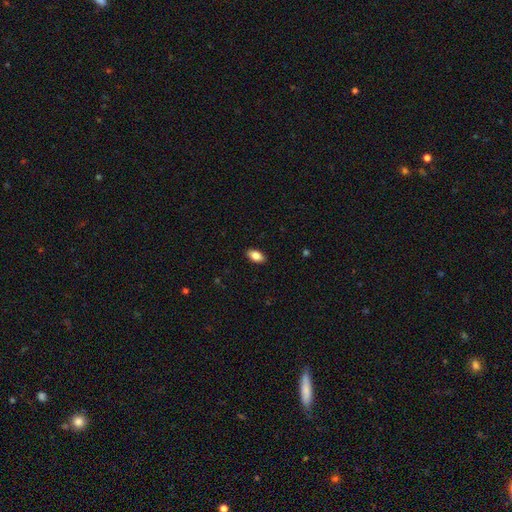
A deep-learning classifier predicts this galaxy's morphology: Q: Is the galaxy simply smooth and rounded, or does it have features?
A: smooth — 85%.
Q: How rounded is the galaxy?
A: in between — 92%.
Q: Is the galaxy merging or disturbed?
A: none — 90%.